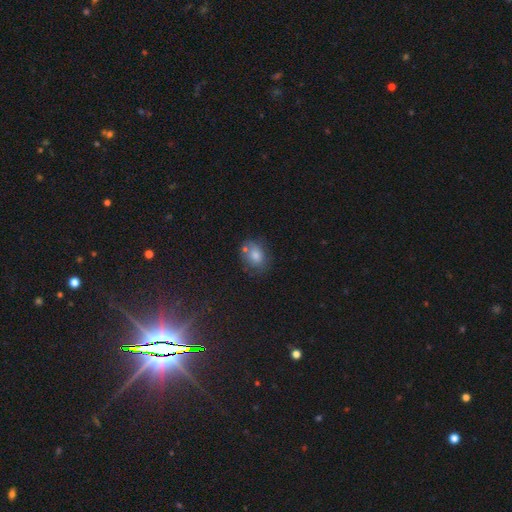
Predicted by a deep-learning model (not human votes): Smooth or featured? smooth (76%)
How rounded? in between (55%)
Merging? none (63%)